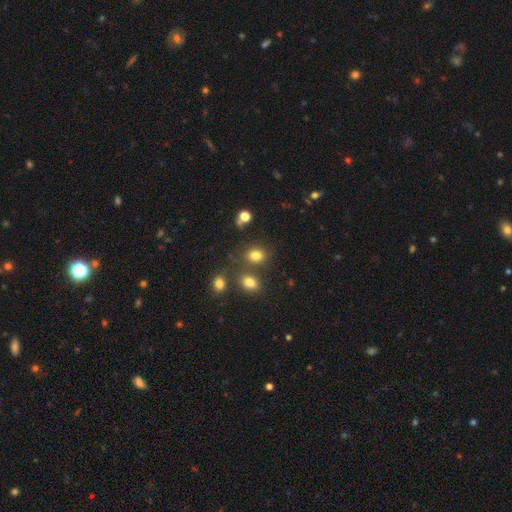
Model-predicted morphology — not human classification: This is likely a smooth galaxy (80%). How rounded: possibly round (50%). Merging: likely none (69%).